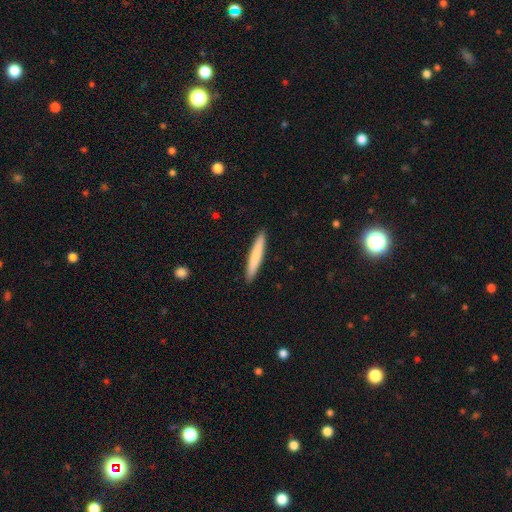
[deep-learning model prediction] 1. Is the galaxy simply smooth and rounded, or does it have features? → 77% smooth, 18% featured or disk, 5% star or artifact.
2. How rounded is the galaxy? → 95% cigar-shaped, 4% in between, 1% round.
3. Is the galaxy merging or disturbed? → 92% none, 6% minor disturbance, 1% major disturbance, 1% merger.